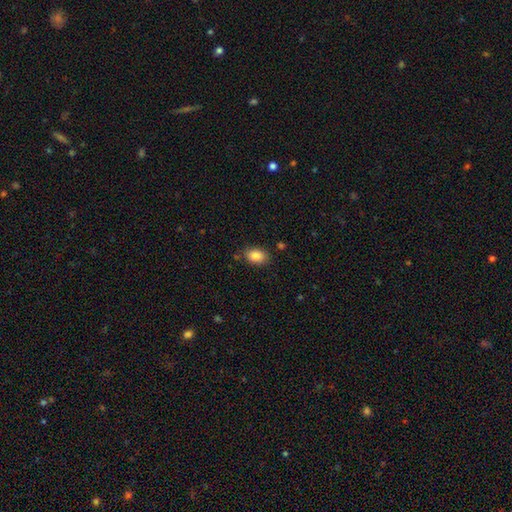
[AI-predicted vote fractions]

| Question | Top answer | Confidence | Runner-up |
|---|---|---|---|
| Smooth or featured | smooth | 87% | star or artifact (8%) |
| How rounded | in between | 85% | round (14%) |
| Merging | none | 81% | minor disturbance (13%) |